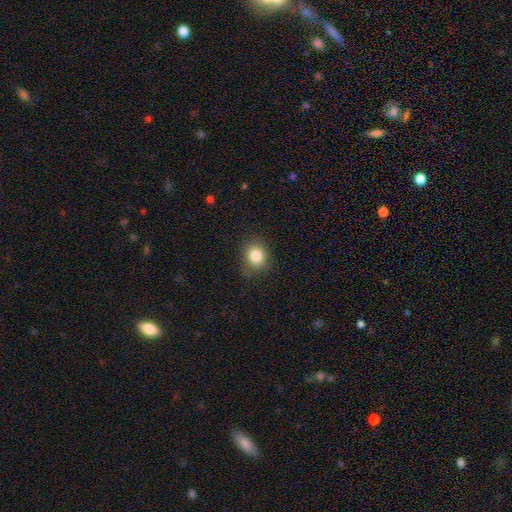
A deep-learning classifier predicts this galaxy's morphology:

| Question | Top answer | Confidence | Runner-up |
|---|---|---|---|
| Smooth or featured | smooth | 83% | star or artifact (11%) |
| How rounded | round | 64% | in between (35%) |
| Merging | none | 82% | minor disturbance (13%) |